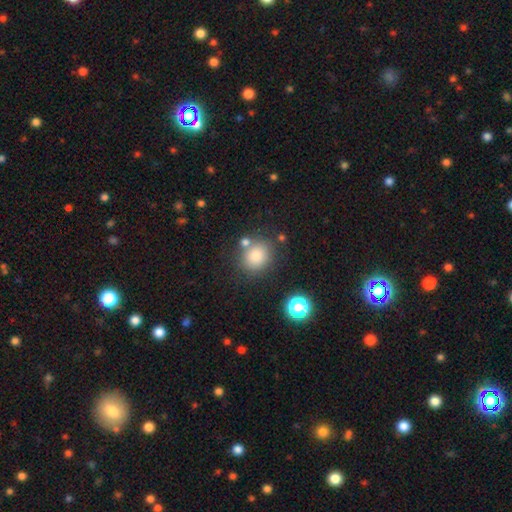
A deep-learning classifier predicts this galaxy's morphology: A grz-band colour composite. It shows a smooth galaxy with no disk features (82%) that is round (75%). Merging: none (74%).